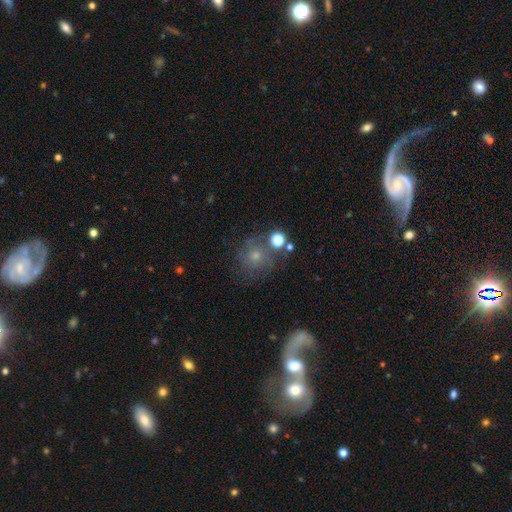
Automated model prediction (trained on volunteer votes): smooth-or-featured: featured or disk: 46% | smooth: 32% | star or artifact: 22%
  merging: none: 61% | merger: 13% | major disturbance: 13% | minor disturbance: 13%